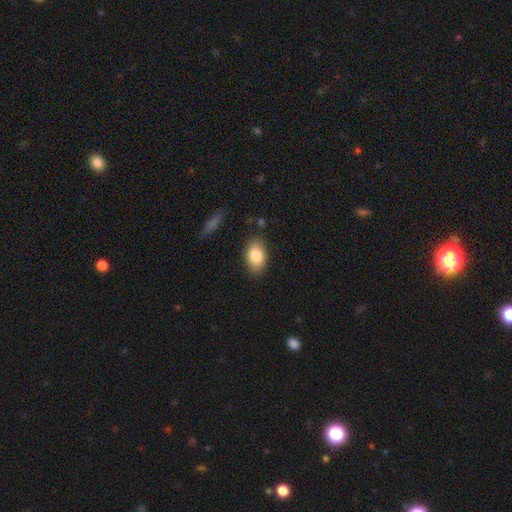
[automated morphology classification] A smooth galaxy with no disk features (83%) that is in between round and cigar-shaped (89%).

Vote fractions:
- Smooth or featured? smooth: 83% / featured or disk: 10% / star or artifact: 7%
- How rounded? in between: 89% / round: 10% / cigar-shaped: 1%
- Merging? none: 84% / minor disturbance: 11% / major disturbance: 3% / merger: 2%